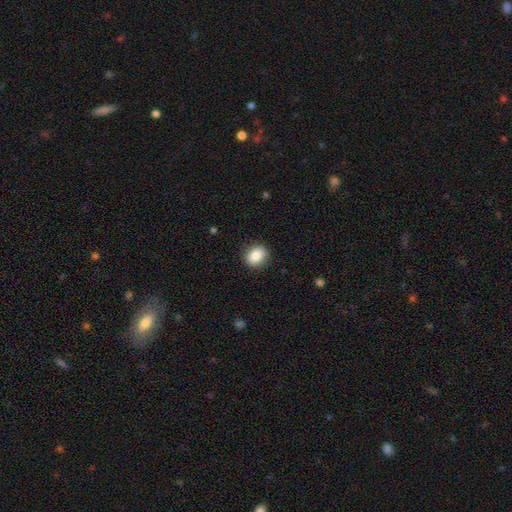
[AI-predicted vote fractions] Smooth or featured: smooth — 86% (star or artifact — 9%)
How rounded: round — 67% (in between — 32%)
Merging: none — 89% (minor disturbance — 8%)